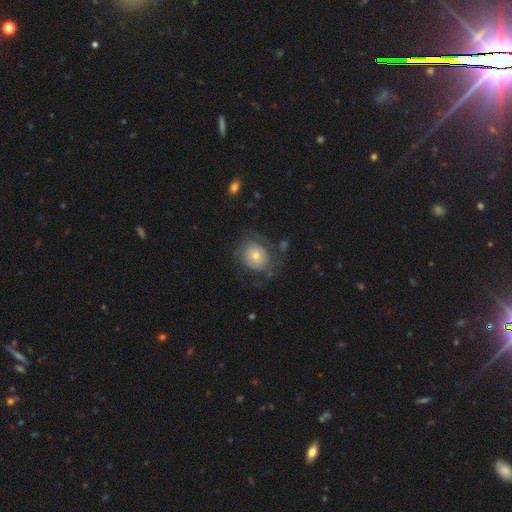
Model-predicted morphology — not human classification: Smooth or featured?
  - smooth: 49% *
  - featured or disk: 41%
  - star or artifact: 10%
Merging?
  - none: 62% *
  - minor disturbance: 19%
  - major disturbance: 16%
  - merger: 3%